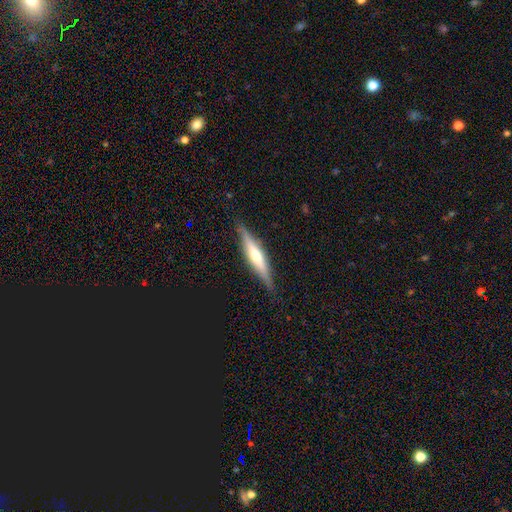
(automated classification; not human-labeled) Overall: featured or disk (63%; smooth 31%). Edge-on disk: yes (96%). Edge-on bulge: rounded (72%). Merging: none (88%).